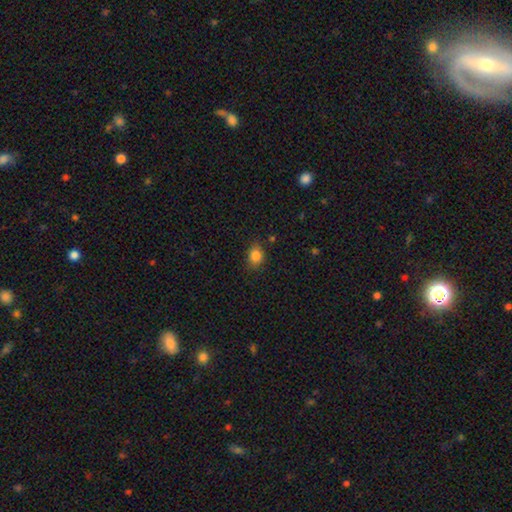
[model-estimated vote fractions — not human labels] Smooth or featured? Predicted: smooth (p=0.84). How rounded? Predicted: in between (p=0.51). Merging? Predicted: none (p=0.81).